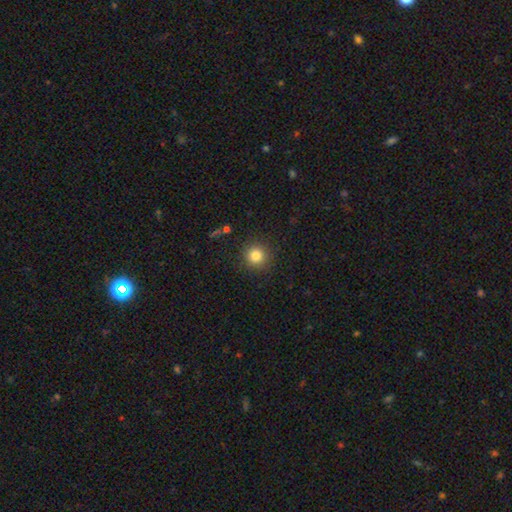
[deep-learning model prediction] Smooth or featured? smooth (82%)
How rounded? round (94%)
Merging? none (89%)